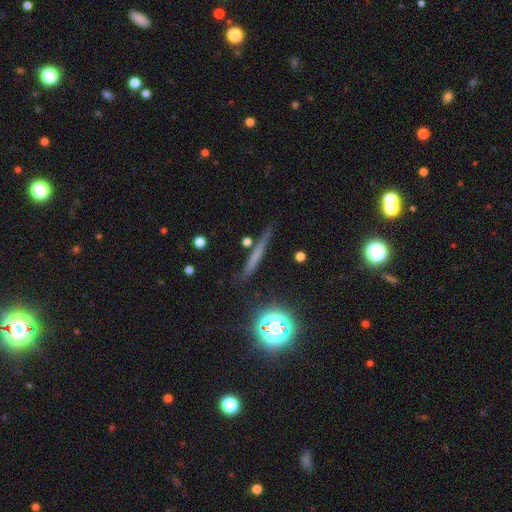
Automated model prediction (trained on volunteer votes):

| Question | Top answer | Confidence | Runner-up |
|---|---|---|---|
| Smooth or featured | smooth | 46% | featured or disk (35%) |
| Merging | none | 82% | minor disturbance (12%) |